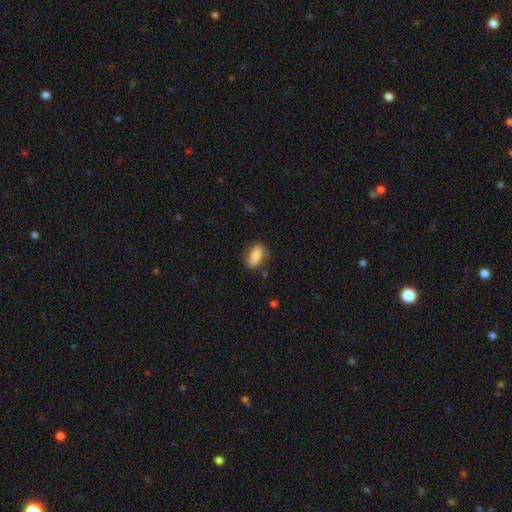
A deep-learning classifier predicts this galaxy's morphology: smooth-or-featured: smooth: 83% | featured or disk: 11% | star or artifact: 7%
  how-rounded: in between: 84% | cigar-shaped: 12% | round: 4%
  merging: none: 76% | minor disturbance: 17% | major disturbance: 4% | merger: 2%